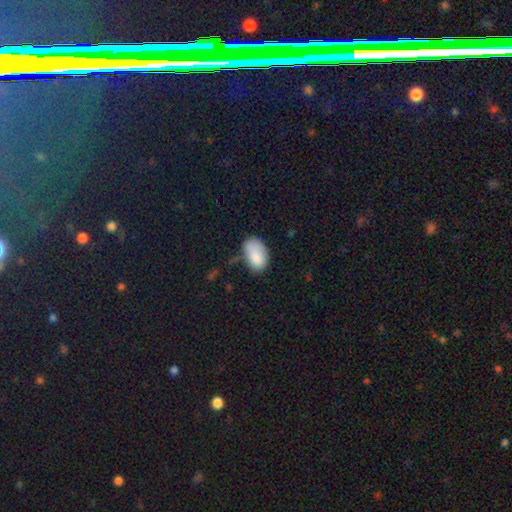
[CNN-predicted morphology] smooth_or_featured: smooth (p=0.85) [alt: featured or disk p=0.08]
how_rounded: in between (p=0.92) [alt: round p=0.06]
merging: none (p=0.52) [alt: minor disturbance p=0.33]